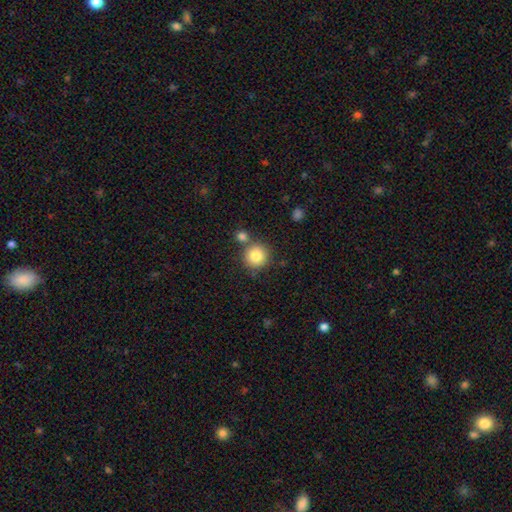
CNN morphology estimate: This is clearly a smooth galaxy (82%). How rounded: clearly round (94%). Merging: likely none (72%).